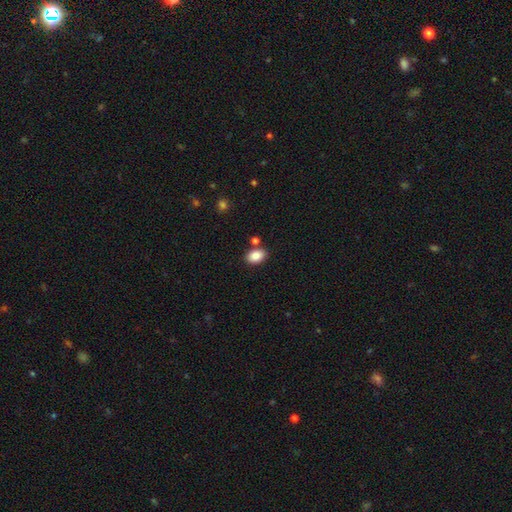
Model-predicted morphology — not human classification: Overall: smooth (87%). How rounded: in between (82%). Merging: none (78%).